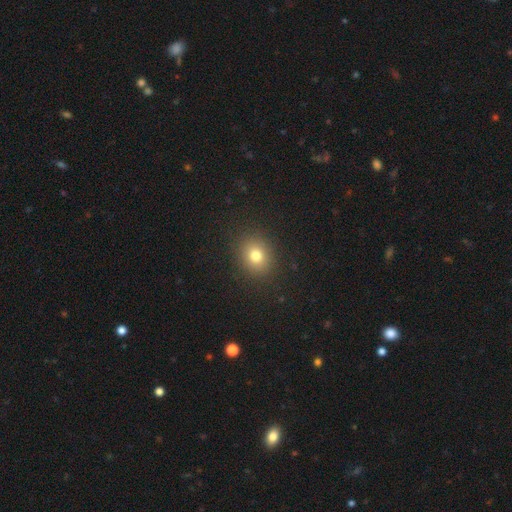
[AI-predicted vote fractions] This is likely a smooth galaxy (77%). How rounded: likely round (69%). Merging: clearly none (89%).